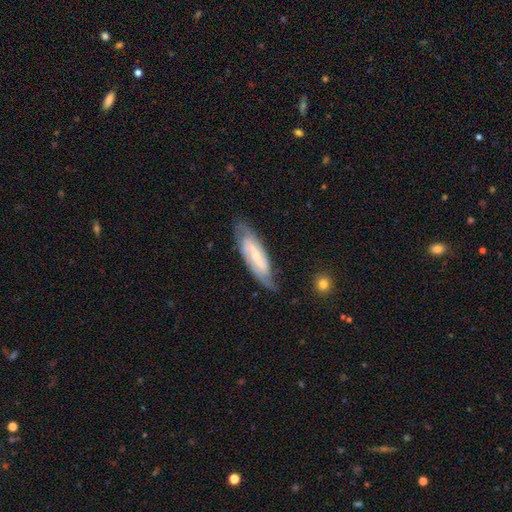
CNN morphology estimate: smooth_or_featured: featured or disk (p=0.78) [alt: smooth p=0.16]
disk_edge_on: no (p=0.83) [alt: yes p=0.17]
bar: weak (p=0.39) [alt: strong p=0.36]
has_spiral_arms: yes (p=0.91) [alt: no p=0.09]
spiral_winding: tight (p=0.41) [tied with: medium p=0.41]
spiral_arm_count: 2 (p=0.71) [alt: can't tell p=0.19]
bulge_size: small (p=0.62) [alt: moderate p=0.33]
merging: none (p=0.76) [alt: minor disturbance p=0.18]